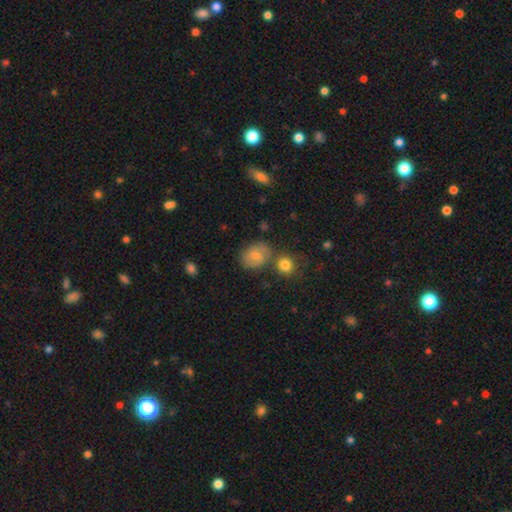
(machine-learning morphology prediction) A smooth galaxy with no disk features (70%) that is in between round and cigar-shaped (50%). Merging: none (61%).